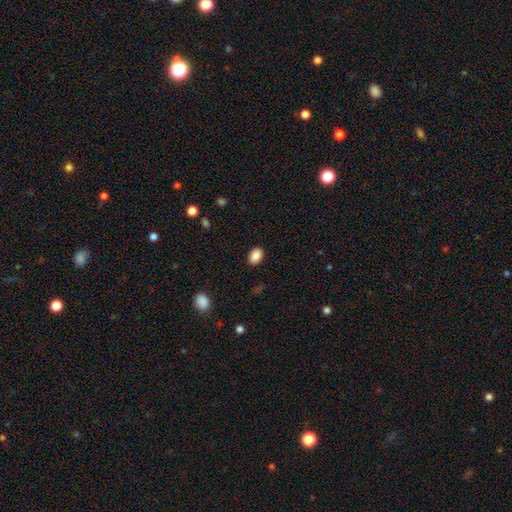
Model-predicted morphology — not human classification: smooth_or_featured: smooth (p=0.88) [alt: star or artifact p=0.08]
how_rounded: in between (p=0.80) [alt: round p=0.19]
merging: none (p=0.88) [alt: minor disturbance p=0.08]